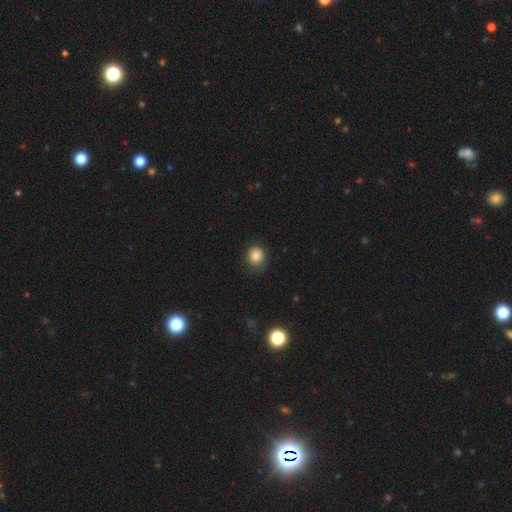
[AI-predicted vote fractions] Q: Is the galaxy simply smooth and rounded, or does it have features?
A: smooth — 83%.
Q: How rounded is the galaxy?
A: round — 82%.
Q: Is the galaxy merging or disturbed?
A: none — 70%.